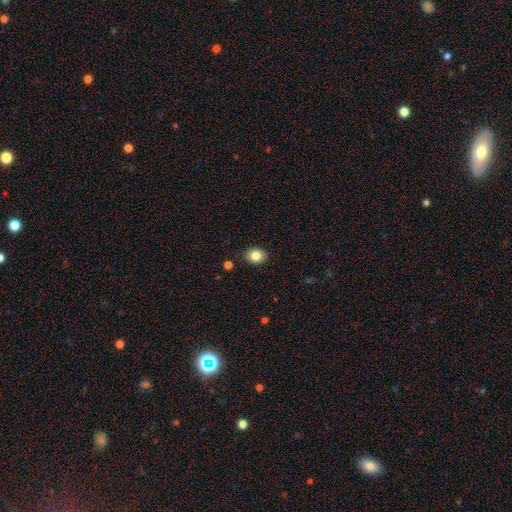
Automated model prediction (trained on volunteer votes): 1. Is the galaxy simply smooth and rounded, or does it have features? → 84% smooth, 9% star or artifact, 7% featured or disk.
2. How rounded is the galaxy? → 58% in between, 41% round, 1% cigar-shaped.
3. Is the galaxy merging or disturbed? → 88% none, 8% minor disturbance, 2% major disturbance, 1% merger.